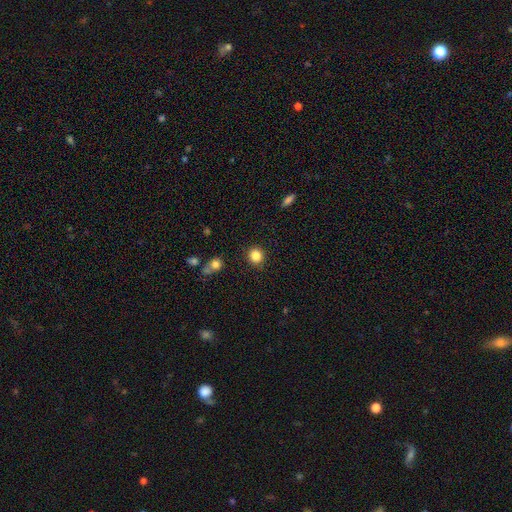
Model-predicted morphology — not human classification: This appears to be a smooth galaxy with no disk features (84%) that is round (86%). Merging: none (89%).